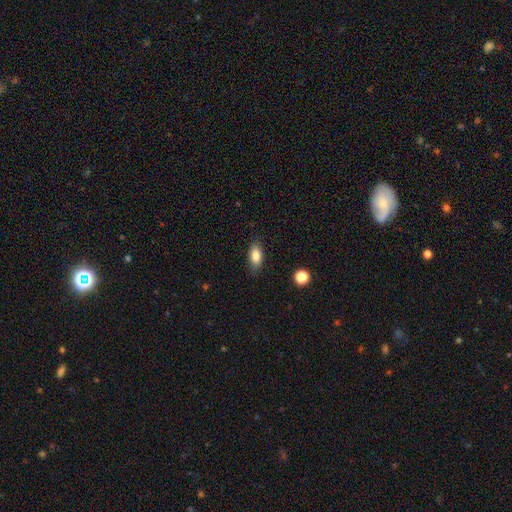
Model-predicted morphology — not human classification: This appears to be a smooth galaxy with no disk features (84%) that is in between round and cigar-shaped (87%). Merging: none (84%).